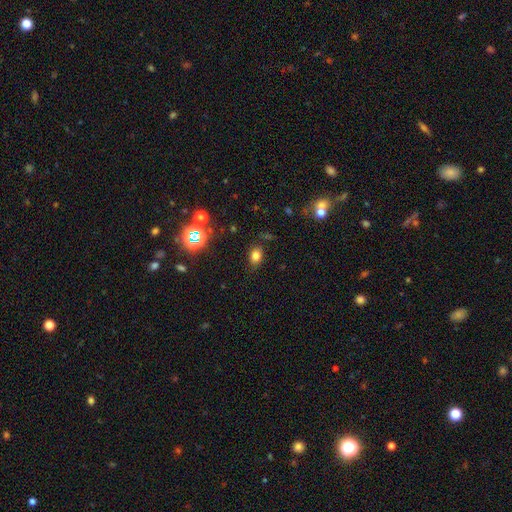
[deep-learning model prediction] The model was most divided on "how rounded": in between: 66%, round: 33%, cigar-shaped: 1%. More confident: merging — none (79%); smooth or featured — smooth (75%).